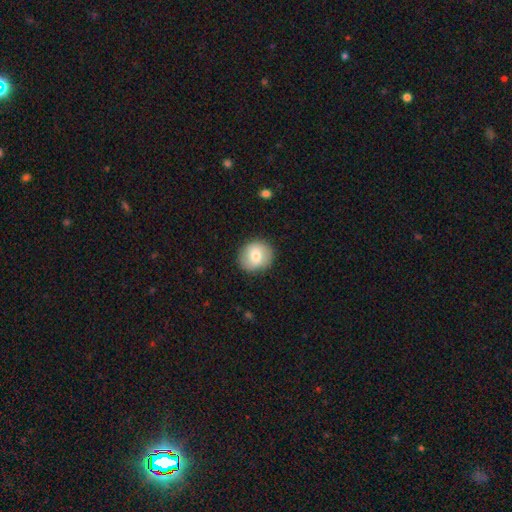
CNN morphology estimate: A smooth galaxy with no disk features (74%) that is round (85%). Merging: none (88%).